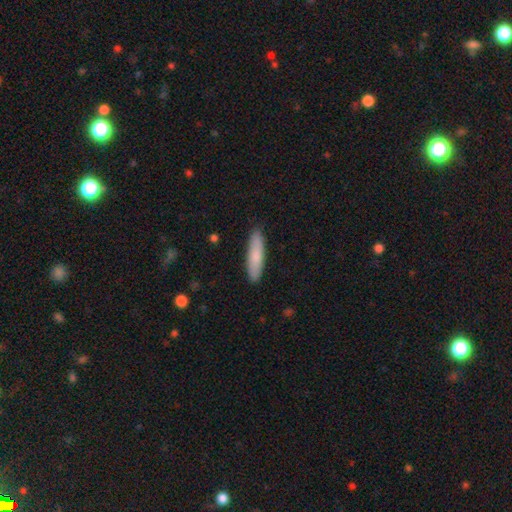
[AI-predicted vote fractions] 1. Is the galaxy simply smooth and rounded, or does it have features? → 81% smooth, 14% featured or disk, 5% star or artifact.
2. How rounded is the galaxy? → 79% cigar-shaped, 20% in between, 1% round.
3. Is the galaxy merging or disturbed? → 90% none, 8% minor disturbance, 2% major disturbance, 1% merger.